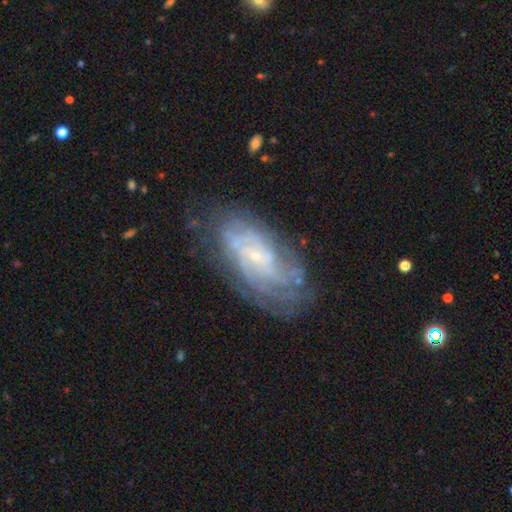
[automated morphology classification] A featured or disk galaxy (79%) with no bar (60%), tight (64%) spiral arms (89%) and a small central bulge (82%). Merging: none (69%).